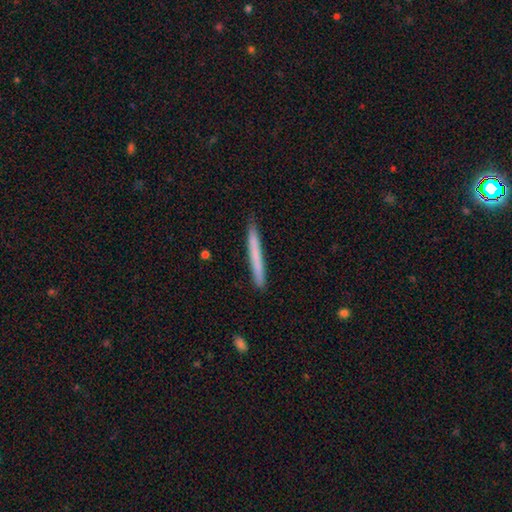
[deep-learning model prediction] Morphology: type=smooth (68%); roundness=cigar-shaped (97%); merging=none (90%).